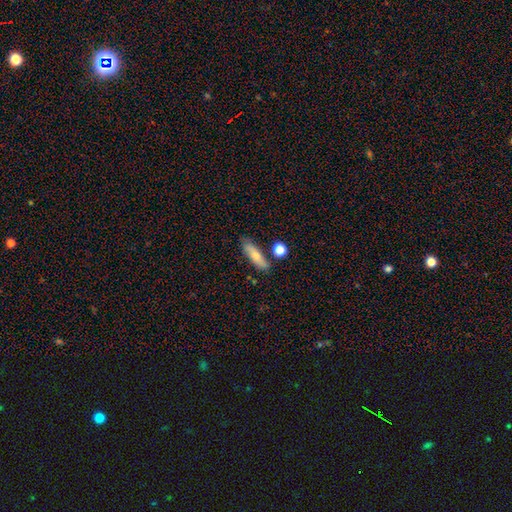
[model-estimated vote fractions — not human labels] Q: Smooth or featured?
A: smooth (68%); runner-up: featured or disk (25%)
Q: How rounded?
A: cigar-shaped (51%); runner-up: in between (44%)
Q: Merging?
A: none (71%); runner-up: minor disturbance (16%)